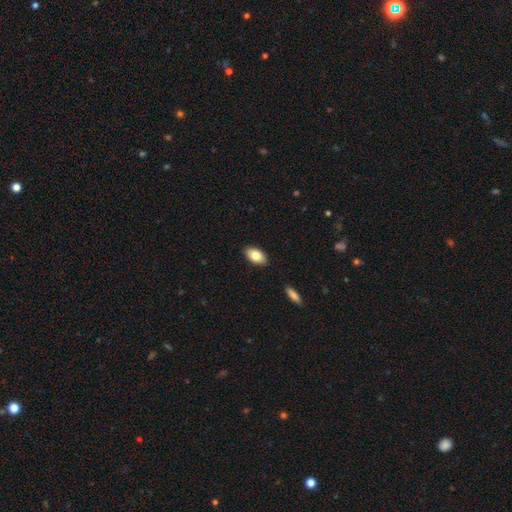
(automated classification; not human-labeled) smooth-or-featured: smooth: 80% | featured or disk: 13% | star or artifact: 7%
  how-rounded: in between: 94% | round: 4% | cigar-shaped: 2%
  merging: none: 89% | minor disturbance: 8% | major disturbance: 2% | merger: 1%